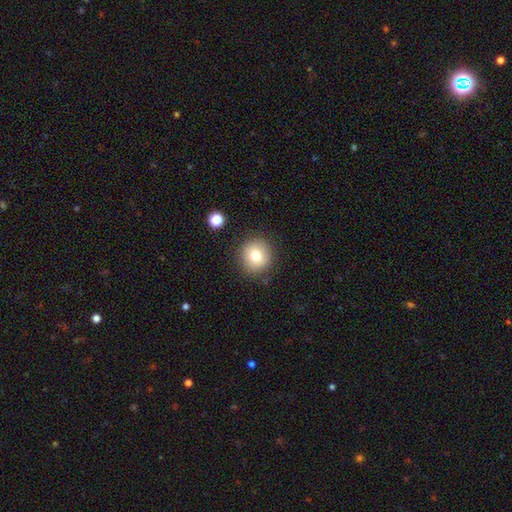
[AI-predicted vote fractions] Smooth or featured? Predicted: smooth (p=0.75). How rounded? Predicted: round (p=0.92). Merging? Predicted: none (p=0.86).